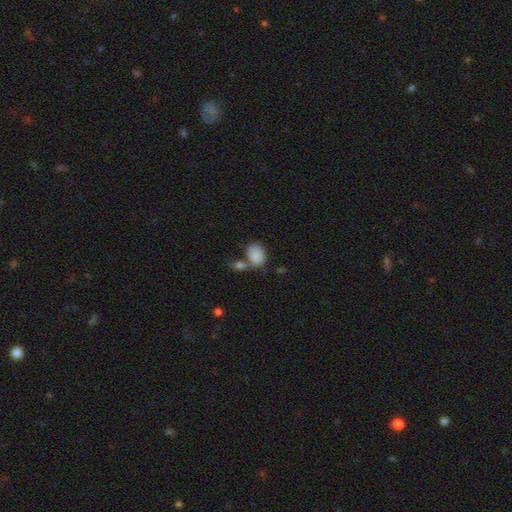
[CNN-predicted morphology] Q: Smooth or featured?
A: smooth (86%); runner-up: star or artifact (8%)
Q: How rounded?
A: in between (70%); runner-up: round (29%)
Q: Merging?
A: none (43%); runner-up: merger (35%)